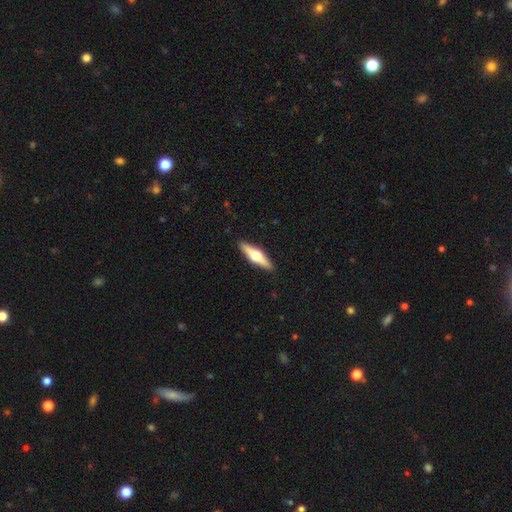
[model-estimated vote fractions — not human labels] This appears to be a featured or disk galaxy (63%) viewed edge-on (96%) with a rounded central bulge (96%). Merging: none (91%).